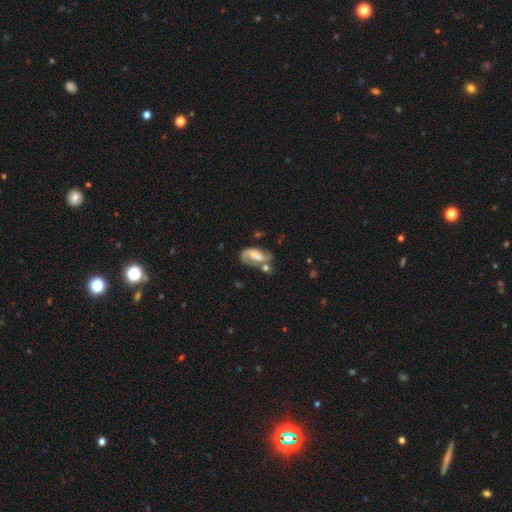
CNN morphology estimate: This appears to be a featured or disk galaxy (58%) with no bar (45%), spiral arms (82%) and no central bulge (33%). Merging: none (33%).